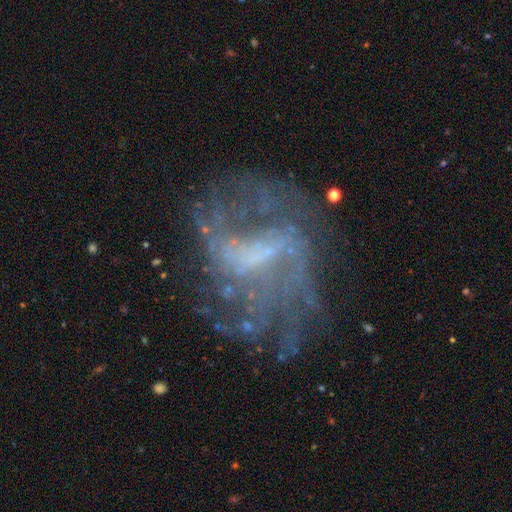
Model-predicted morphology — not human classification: featured or disk 78%, star or artifact 12%, smooth 10%. Down the decision tree: edge-on disk — no (97%); bar — weak (47%); spiral arms — yes (74%); spiral arm count — can't tell (45%); spiral winding — loose (41%); bulge size — none (44%); merging — none (54%).